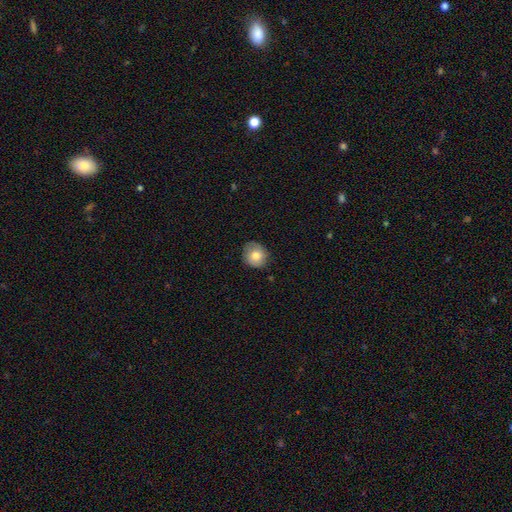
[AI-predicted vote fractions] A smooth galaxy with no disk features (75%) that is round (81%).

Vote fractions:
- Smooth or featured? smooth: 75% / featured or disk: 17% / star or artifact: 8%
- How rounded? round: 81% / in between: 19% / cigar-shaped: 1%
- Merging? none: 78% / minor disturbance: 18% / major disturbance: 3% / merger: 1%